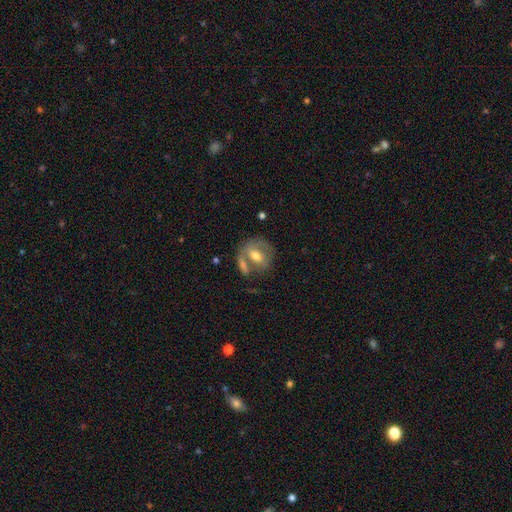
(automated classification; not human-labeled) featured or disk 47%, smooth 45%, star or artifact 7%. Down the decision tree: merging — none (50%).